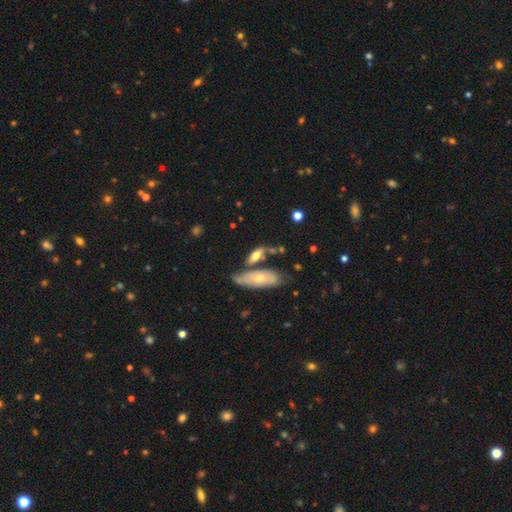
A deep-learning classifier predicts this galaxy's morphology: This is possibly a smooth galaxy (58%). How rounded: likely in between (63%). Merging: possibly none (49%).